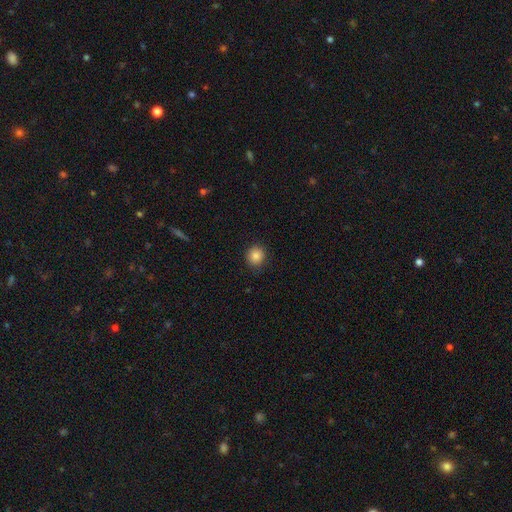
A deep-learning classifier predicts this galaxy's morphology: smooth_or_featured: smooth (p=0.85) [alt: star or artifact p=0.10]
how_rounded: round (p=0.88) [alt: in between p=0.11]
merging: none (p=0.90) [alt: minor disturbance p=0.07]